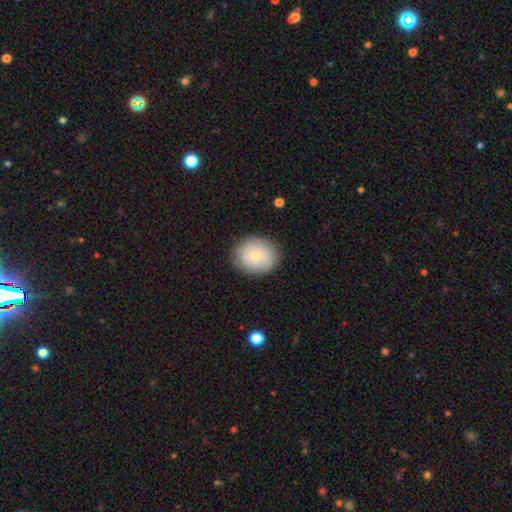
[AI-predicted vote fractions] This is likely a smooth galaxy (69%). How rounded: likely round (67%). Merging: clearly none (83%).